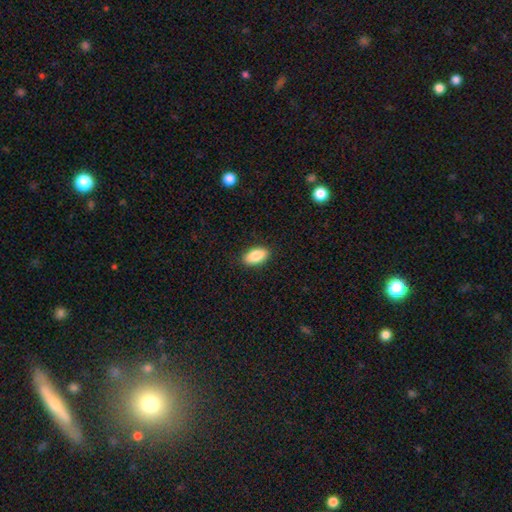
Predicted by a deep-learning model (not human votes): smooth-or-featured: smooth: 87% | featured or disk: 7% | star or artifact: 7%
  how-rounded: in between: 92% | cigar-shaped: 5% | round: 3%
  merging: none: 89% | minor disturbance: 8% | major disturbance: 2% | merger: 1%